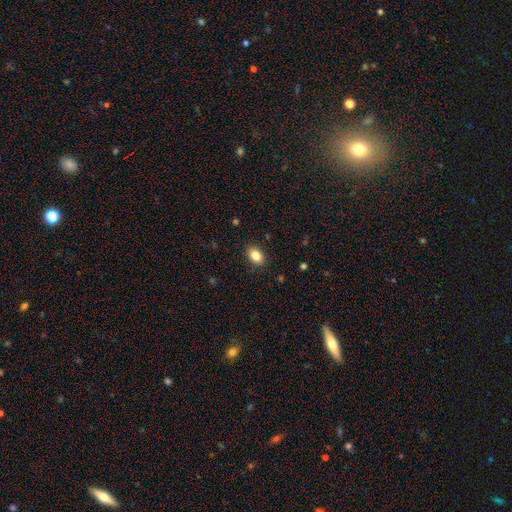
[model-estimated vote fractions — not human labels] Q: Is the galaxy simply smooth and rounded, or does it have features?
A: smooth — 84%.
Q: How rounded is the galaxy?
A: in between — 75%.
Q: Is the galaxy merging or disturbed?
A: none — 88%.